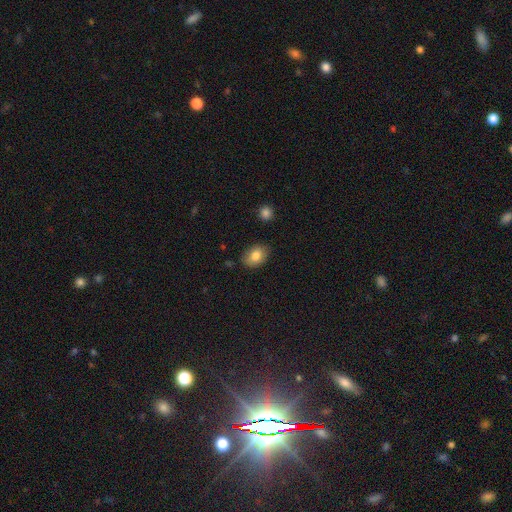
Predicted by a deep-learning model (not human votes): Overall: smooth (82%). How rounded: in between (81%). Merging: none (82%).